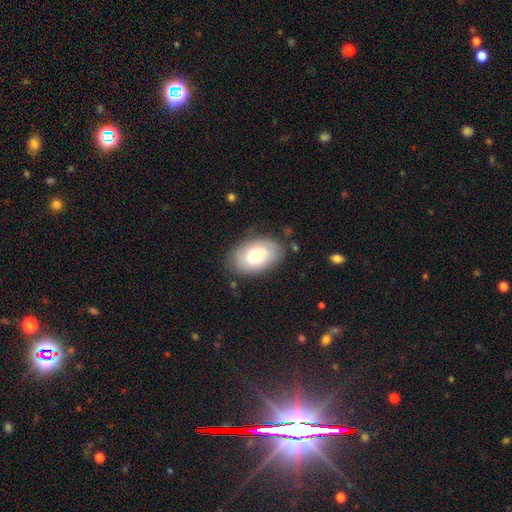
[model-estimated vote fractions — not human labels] This appears to be a smooth galaxy with no disk features (69%) that is in between round and cigar-shaped (89%). Merging: none (76%).